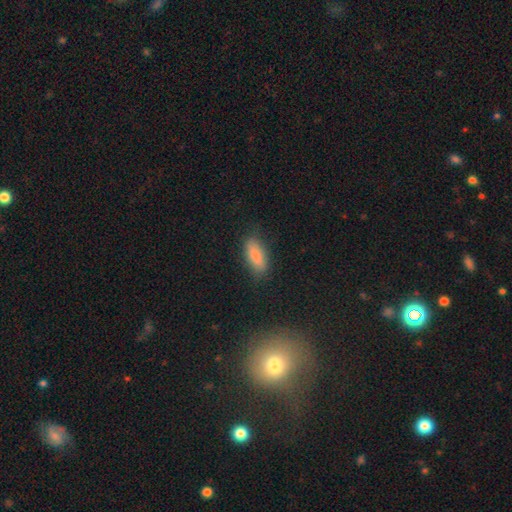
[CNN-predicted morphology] A smooth galaxy with no disk features (84%) that is in between round and cigar-shaped (80%).

Vote fractions:
- Smooth or featured? smooth: 84% / featured or disk: 9% / star or artifact: 7%
- How rounded? in between: 80% / cigar-shaped: 17% / round: 3%
- Merging? none: 80% / minor disturbance: 15% / major disturbance: 4% / merger: 1%